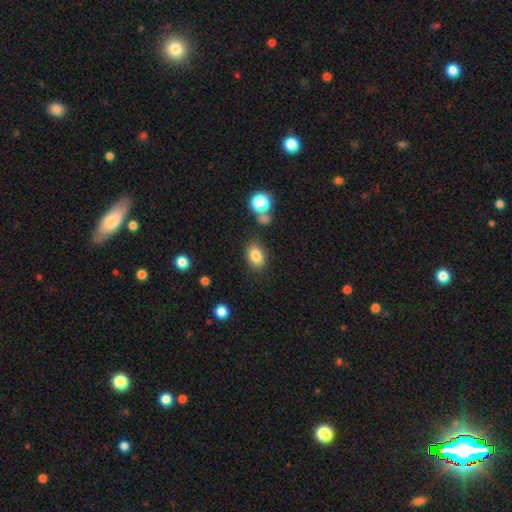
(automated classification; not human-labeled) Smooth or featured? Predicted: smooth (p=0.83). How rounded? Predicted: in between (p=0.78). Merging? Predicted: none (p=0.79).